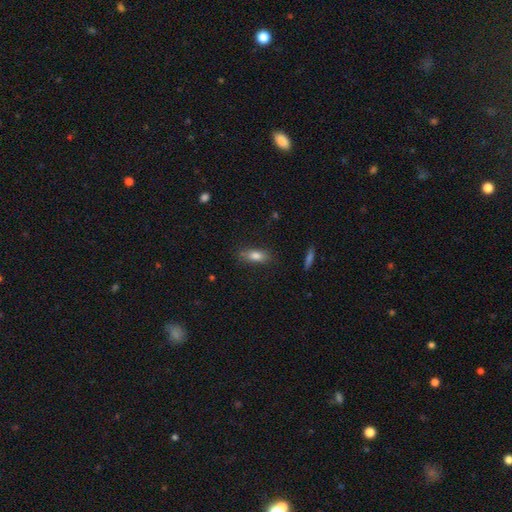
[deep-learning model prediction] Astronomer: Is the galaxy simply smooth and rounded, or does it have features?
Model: smooth — 79%.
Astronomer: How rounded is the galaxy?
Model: in between — 75%.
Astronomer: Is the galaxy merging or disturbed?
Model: none — 78%.